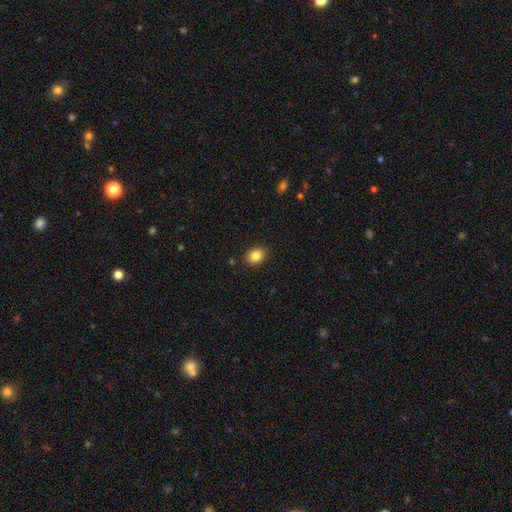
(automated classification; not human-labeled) Smooth or featured?
  - smooth: 84% *
  - star or artifact: 10%
  - featured or disk: 6%
How rounded?
  - in between: 50% *
  - round: 49%
  - cigar-shaped: 1%
Merging?
  - none: 88% *
  - minor disturbance: 8%
  - major disturbance: 2%
  - merger: 1%